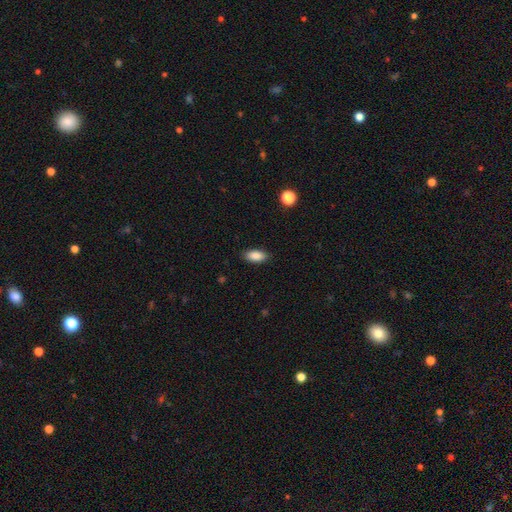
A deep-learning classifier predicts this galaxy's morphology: smooth-or-featured: smooth: 88% | star or artifact: 8% | featured or disk: 4%
  how-rounded: in between: 90% | cigar-shaped: 7% | round: 3%
  merging: none: 87% | minor disturbance: 10% | major disturbance: 2% | merger: 1%